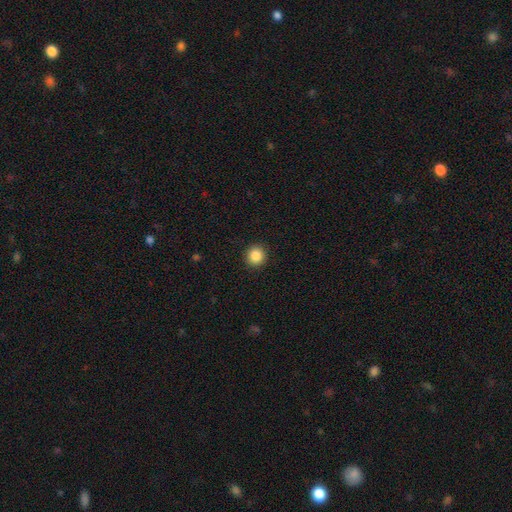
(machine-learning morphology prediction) The model was most divided on "smooth or featured": smooth: 87%, star or artifact: 9%, featured or disk: 3%. More confident: how rounded — round (93%); merging — none (92%).